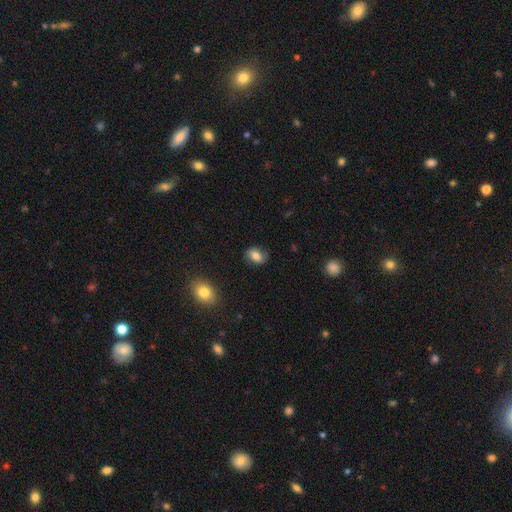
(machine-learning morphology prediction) A smooth galaxy with no disk features (69%) that is in between round and cigar-shaped (74%). Merging: none (79%).